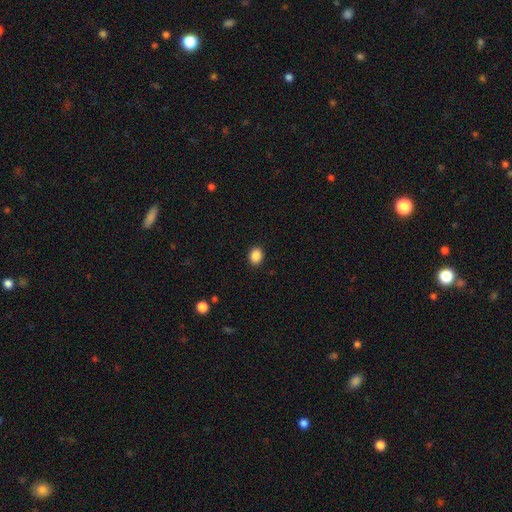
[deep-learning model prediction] A smooth galaxy with no disk features (88%) that is round (50%). Merging: none (91%).